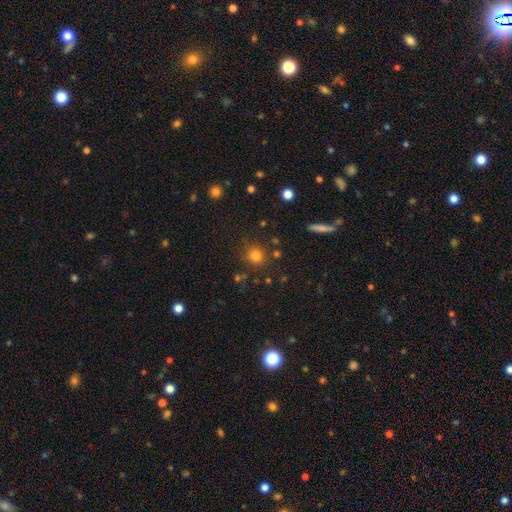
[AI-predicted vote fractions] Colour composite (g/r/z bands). It shows a smooth galaxy with no disk features (78%) that is round (89%). Merging: none (84%).